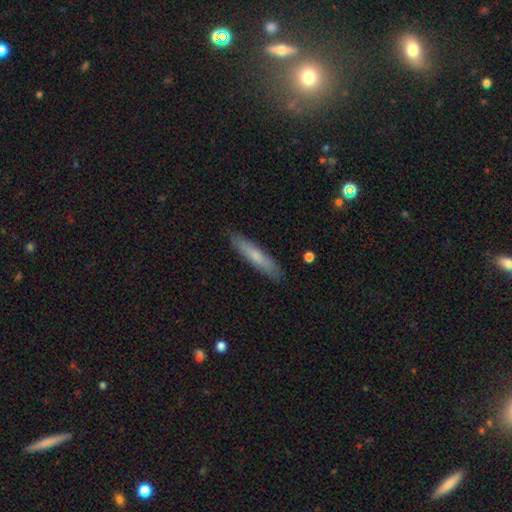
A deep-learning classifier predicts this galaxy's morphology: Q: Smooth or featured?
A: smooth (68%); runner-up: featured or disk (26%)
Q: How rounded?
A: cigar-shaped (88%); runner-up: in between (10%)
Q: Merging?
A: none (88%); runner-up: minor disturbance (9%)